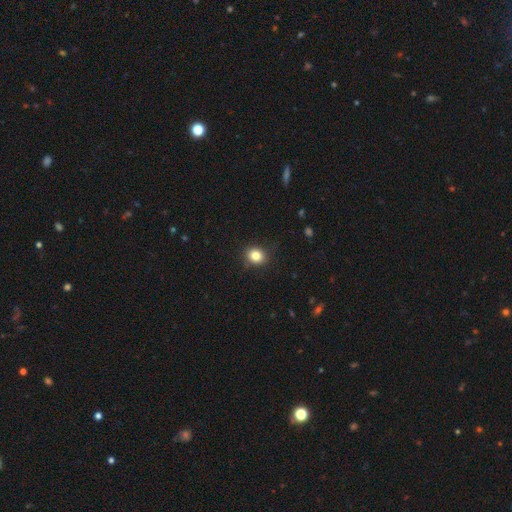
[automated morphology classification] smooth-or-featured: smooth: 83% | star or artifact: 11% | featured or disk: 6%
  how-rounded: round: 71% | in between: 28% | cigar-shaped: 1%
  merging: none: 87% | minor disturbance: 10% | major disturbance: 2% | merger: 1%